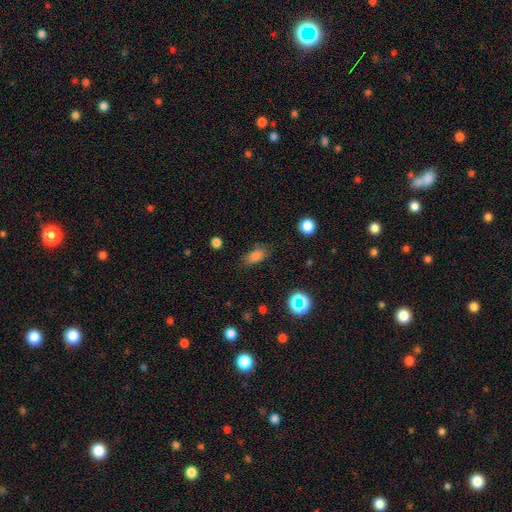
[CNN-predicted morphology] Overall: smooth (79%). How rounded: in between (82%). Merging: none (77%).